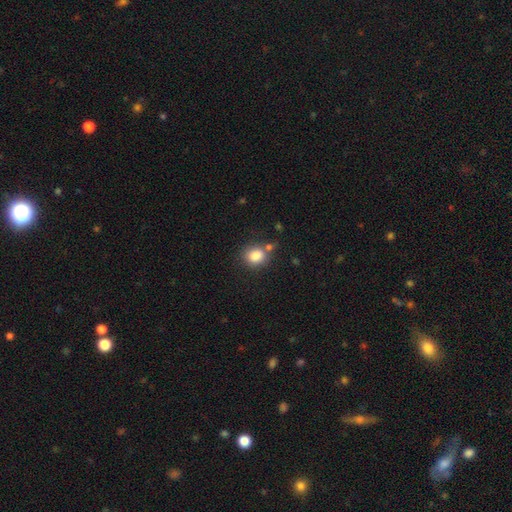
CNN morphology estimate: smooth_or_featured: smooth (p=0.84) [alt: star or artifact p=0.10]
how_rounded: round (p=0.65) [alt: in between p=0.34]
merging: none (p=0.64) [alt: merger p=0.16]